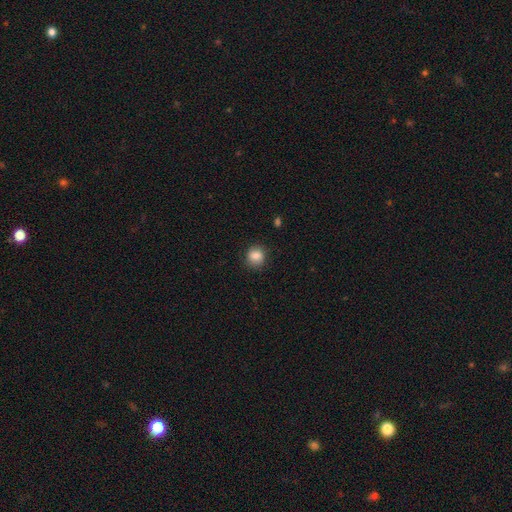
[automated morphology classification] Smooth or featured? Predicted: smooth (p=0.86). How rounded? Predicted: round (p=0.86). Merging? Predicted: none (p=0.85).